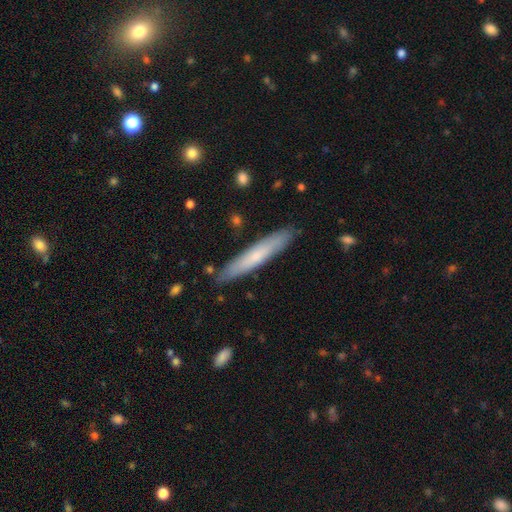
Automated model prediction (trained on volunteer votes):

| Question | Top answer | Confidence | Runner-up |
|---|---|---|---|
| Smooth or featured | smooth | 59% | featured or disk (36%) |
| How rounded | cigar-shaped | 93% | in between (6%) |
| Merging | none | 88% | minor disturbance (9%) |